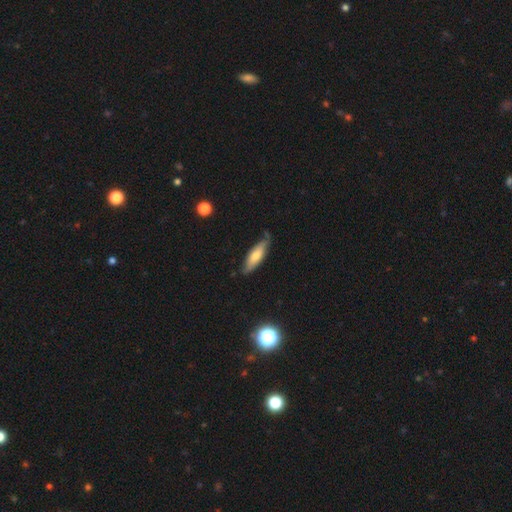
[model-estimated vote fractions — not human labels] The model was most divided on "how rounded": cigar-shaped: 57%, in between: 41%, round: 2%. More confident: merging — none (74%); smooth or featured — smooth (61%).